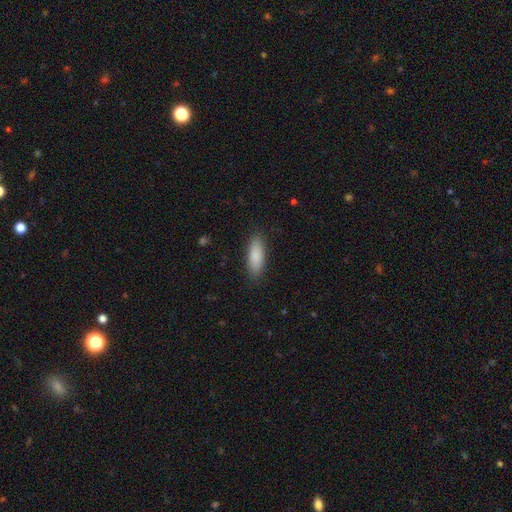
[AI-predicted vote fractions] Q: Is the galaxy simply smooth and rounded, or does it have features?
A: smooth — 88%.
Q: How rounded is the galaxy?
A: in between — 60%.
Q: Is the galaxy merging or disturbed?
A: none — 88%.